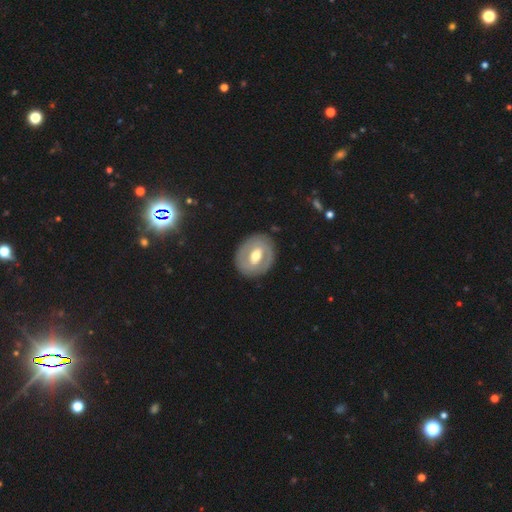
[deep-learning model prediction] The model was most divided on "bar": weak: 40%, no: 32%, strong: 28%. More confident: edge-on disk — no (95%); merging — none (84%); bulge size — moderate (71%); spiral arms — no (66%); smooth or featured — featured or disk (63%).